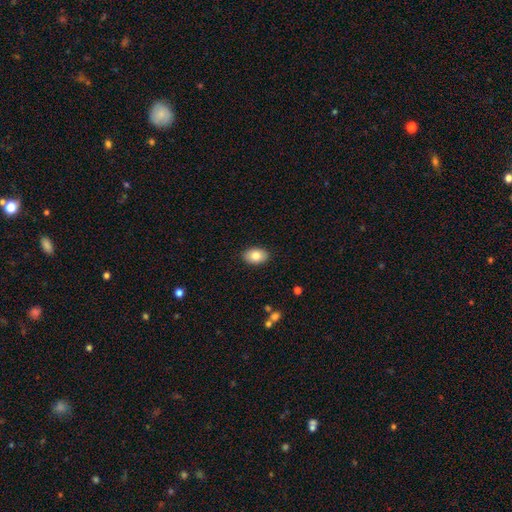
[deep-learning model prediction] Q: Smooth or featured?
A: smooth (84%); runner-up: featured or disk (9%)
Q: How rounded?
A: in between (88%); runner-up: round (11%)
Q: Merging?
A: none (89%); runner-up: minor disturbance (8%)